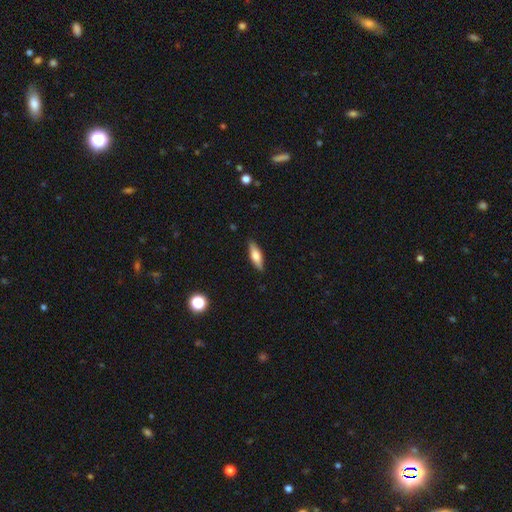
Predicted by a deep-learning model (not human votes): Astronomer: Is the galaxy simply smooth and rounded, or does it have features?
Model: smooth — 66%.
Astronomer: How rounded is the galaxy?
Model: in between — 52% (runner-up: cigar-shaped, 46%).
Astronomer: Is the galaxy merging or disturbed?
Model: none — 88%.